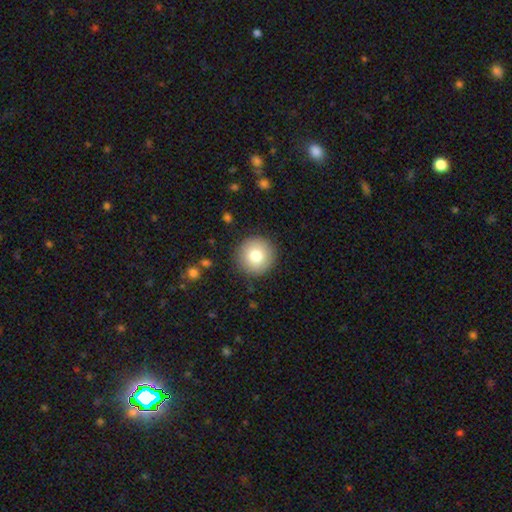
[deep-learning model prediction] The model was most divided on "smooth or featured": smooth: 81%, featured or disk: 10%, star or artifact: 9%. More confident: how rounded — round (96%); merging — none (90%).